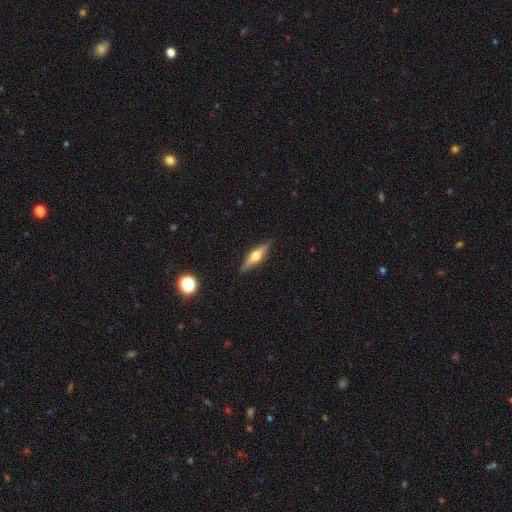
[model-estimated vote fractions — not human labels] Smooth or featured? featured or disk (60%)
Edge-on disk? yes (94%)
Edge-on bulge? rounded (94%)
Merging? none (88%)